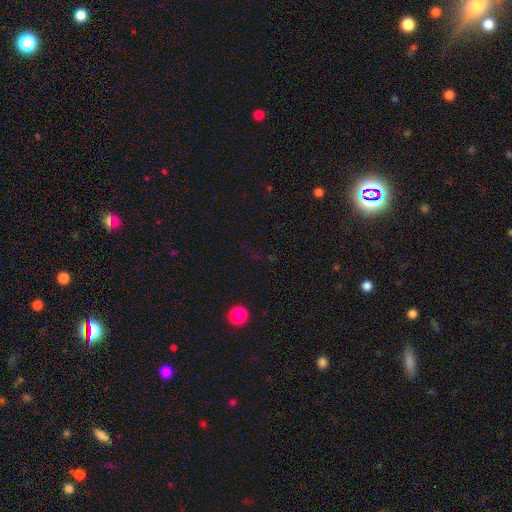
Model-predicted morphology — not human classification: star or artifact 62%, smooth 30%, featured or disk 7%.